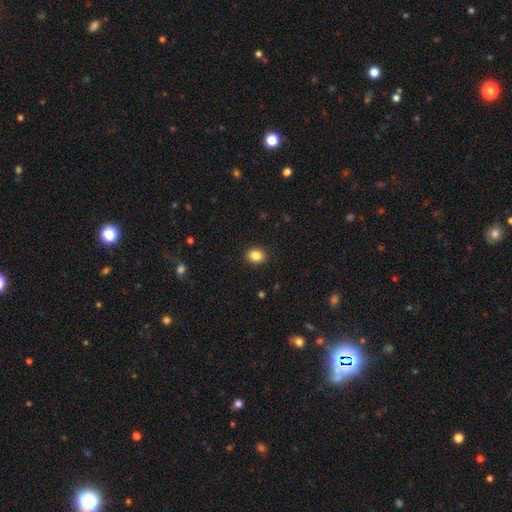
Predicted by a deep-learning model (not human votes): Smooth or featured: smooth — 85% (star or artifact — 10%)
How rounded: round — 56% (in between — 43%)
Merging: none — 90% (minor disturbance — 7%)